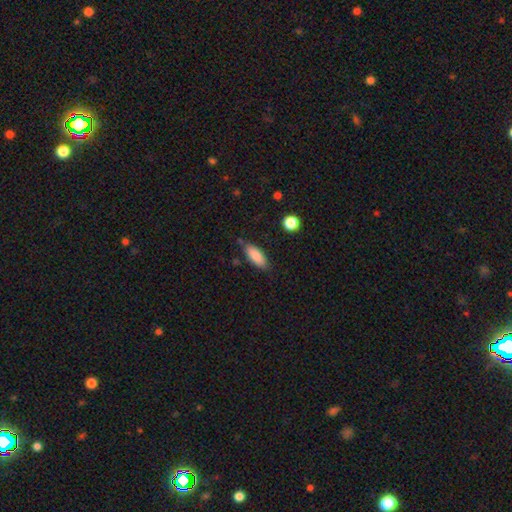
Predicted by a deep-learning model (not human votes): Morphology: type=smooth (85%); roundness=in between (74%); merging=none (76%).